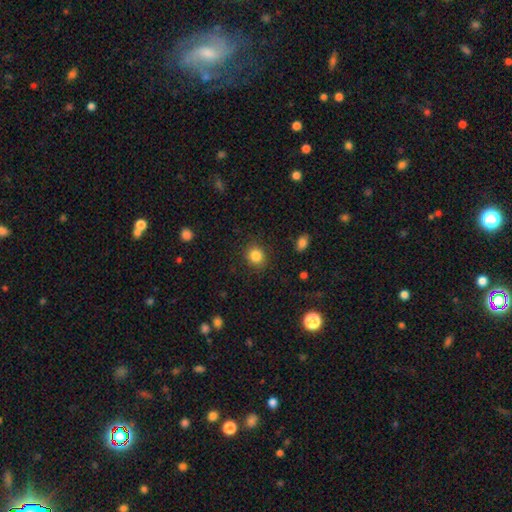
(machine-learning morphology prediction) smooth 84%, star or artifact 10%, featured or disk 5%. Down the decision tree: how rounded — round (79%); merging — none (87%).